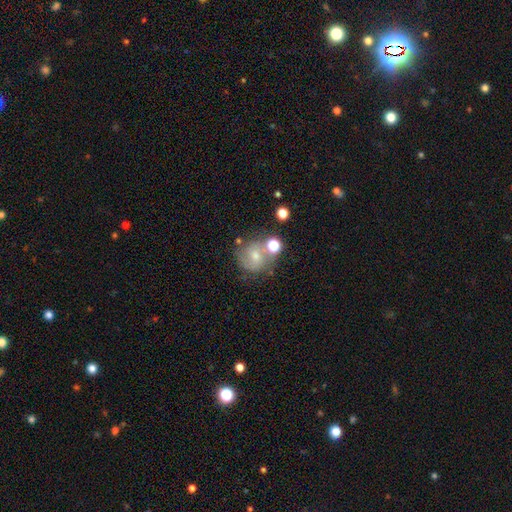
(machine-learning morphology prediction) Smooth or featured? smooth (58%)
How rounded? round (85%)
Merging? none (56%)